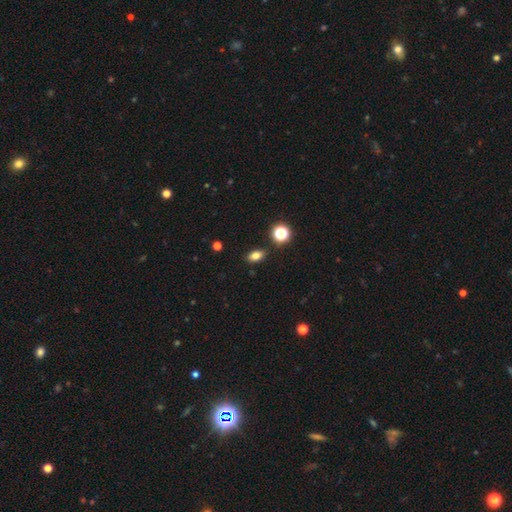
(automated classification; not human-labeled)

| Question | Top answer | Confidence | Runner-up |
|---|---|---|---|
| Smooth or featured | smooth | 77% | star or artifact (14%) |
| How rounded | in between | 81% | round (15%) |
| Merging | none | 86% | minor disturbance (9%) |